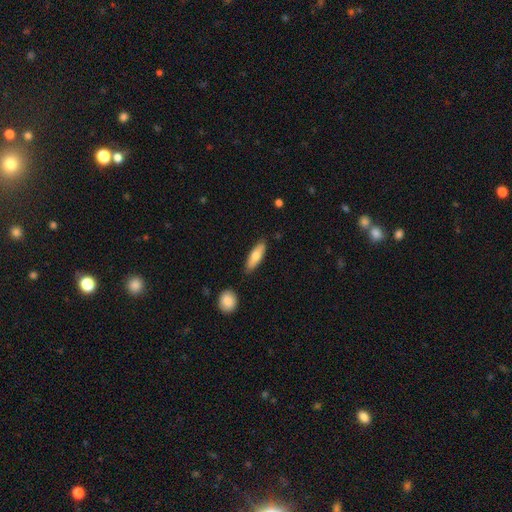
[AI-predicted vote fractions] A smooth galaxy with no disk features (72%) that is cigar-shaped (49%, tied with in between).

Vote fractions:
- Smooth or featured? smooth: 72% / featured or disk: 22% / star or artifact: 6%
- How rounded? cigar-shaped: 49% (tied) / in between: 49% (tied) / round: 2%
- Merging? none: 82% / minor disturbance: 12% / merger: 3% / major disturbance: 2%